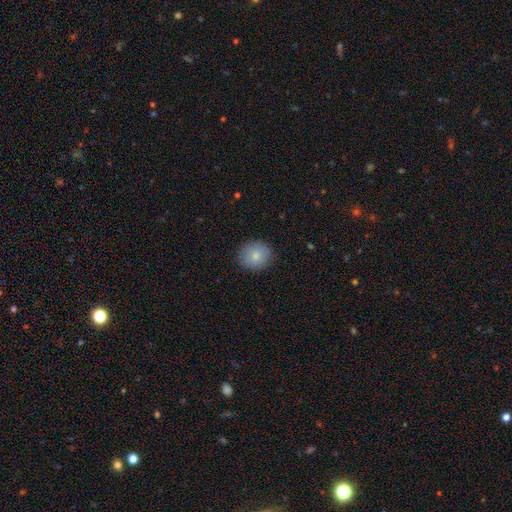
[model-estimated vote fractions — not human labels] The model was most divided on "how rounded": round: 83%, in between: 16%, cigar-shaped: 1%. More confident: merging — none (87%); smooth or featured — smooth (81%).